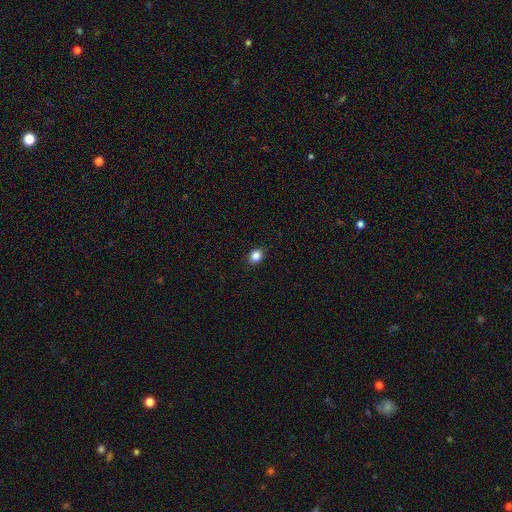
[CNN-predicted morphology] This appears to be a smooth galaxy with no disk features (85%) that is round (63%). Merging: none (90%).